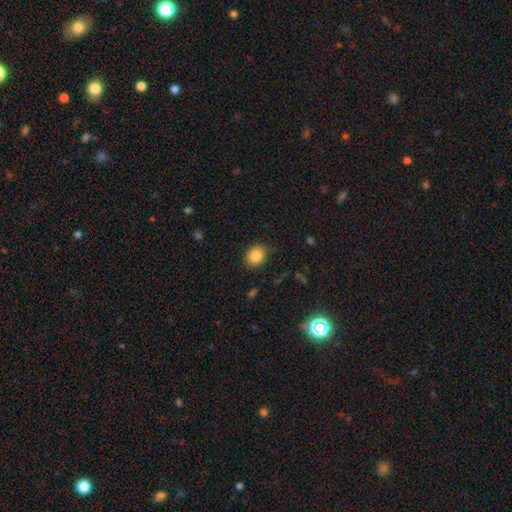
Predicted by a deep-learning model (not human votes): This is clearly a smooth galaxy (85%). How rounded: possibly round (52%). Merging: clearly none (81%).